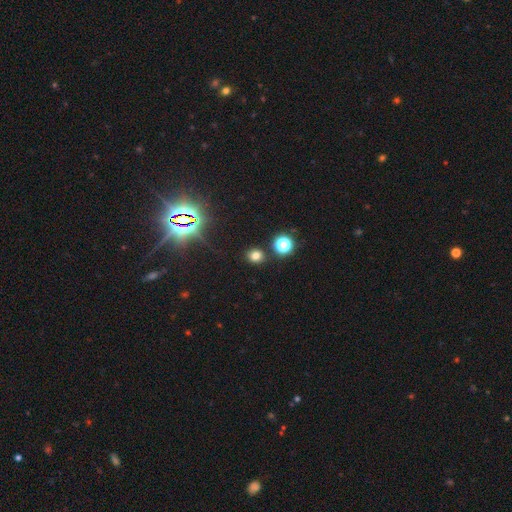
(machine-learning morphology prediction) type=smooth (70%); roundness=round (68%); merging=none (86%).